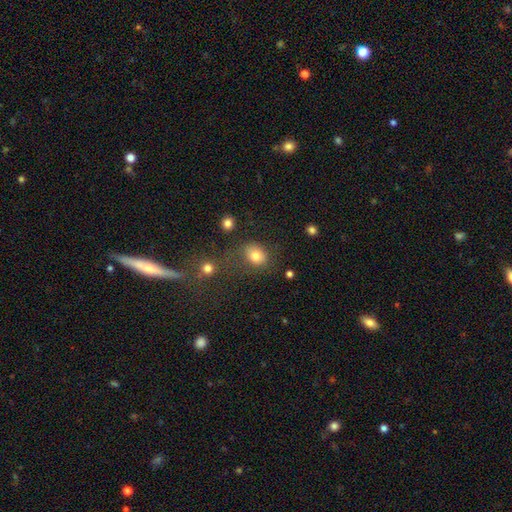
Smooth or featured? smooth (82%)
How rounded? in between (56%)
Merging? none (63%)